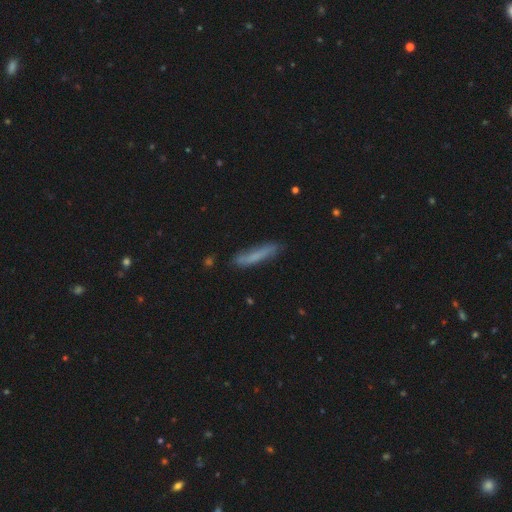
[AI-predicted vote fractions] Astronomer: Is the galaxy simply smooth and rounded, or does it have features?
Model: smooth — 68%.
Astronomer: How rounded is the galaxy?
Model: cigar-shaped — 90%.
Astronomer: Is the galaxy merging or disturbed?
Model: none — 77%.